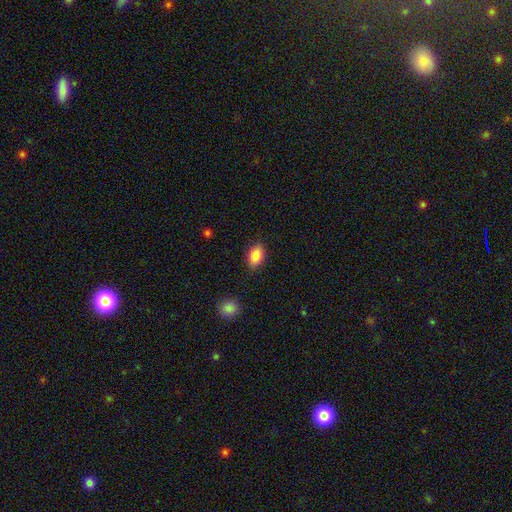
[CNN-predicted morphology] smooth_or_featured: smooth (p=0.86) [alt: star or artifact p=0.07]
how_rounded: in between (p=0.88) [alt: round p=0.10]
merging: none (p=0.84) [alt: minor disturbance p=0.12]